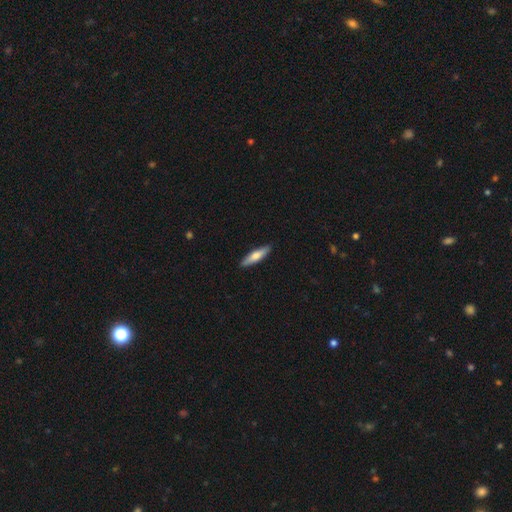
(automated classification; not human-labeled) This appears to be a smooth galaxy with no disk features (61%) that is cigar-shaped (76%). Merging: none (91%).